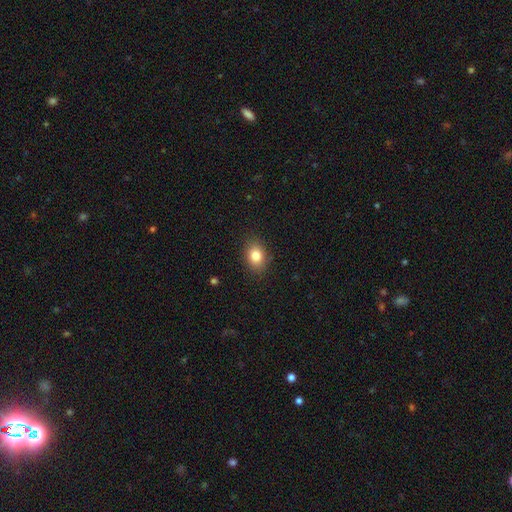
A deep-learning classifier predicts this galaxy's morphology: Overall: smooth (83%). How rounded: in between (67%; round 32%). Merging: none (87%).